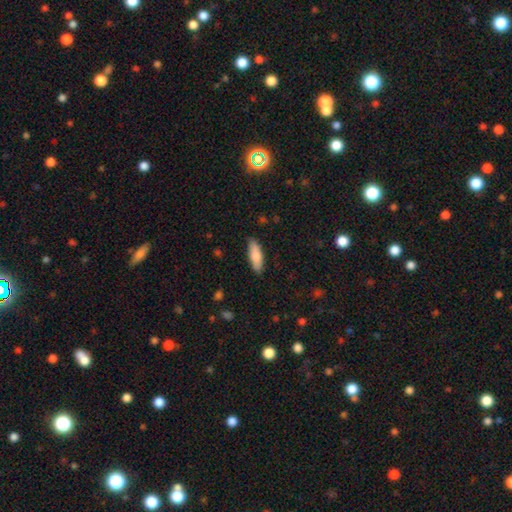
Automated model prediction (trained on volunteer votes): This is likely a smooth galaxy (79%). How rounded: possibly in between (56%). Merging: clearly none (86%).